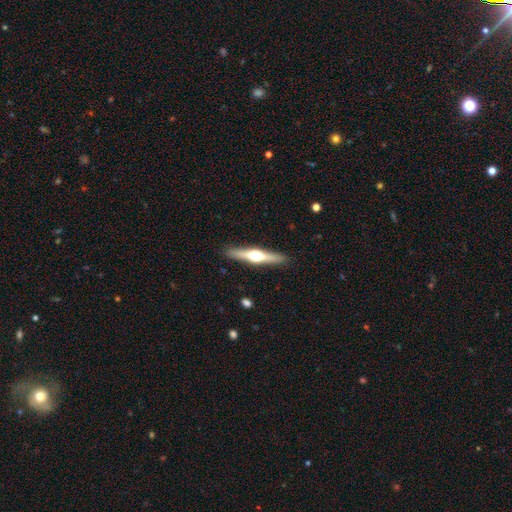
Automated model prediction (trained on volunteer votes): A featured or disk galaxy (69%) viewed edge-on (97%) with a rounded central bulge (95%).

Vote fractions:
- Smooth or featured? featured or disk: 69% / smooth: 26% / star or artifact: 5%
- Edge-on disk? yes: 97% / no: 3%
- Edge-on bulge? rounded: 95% / boxy: 3% / none: 2%
- Merging? none: 91% / minor disturbance: 7% / major disturbance: 1% / merger: 1%